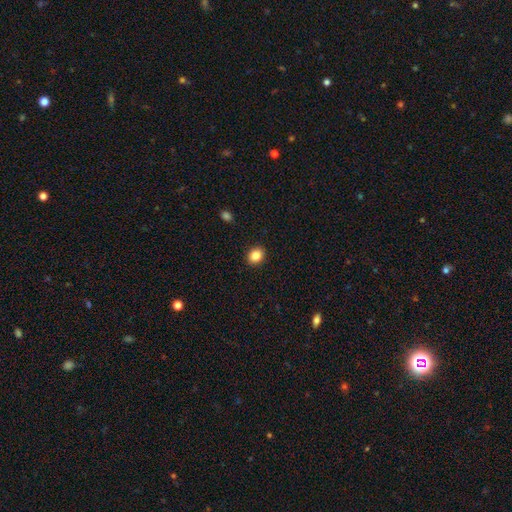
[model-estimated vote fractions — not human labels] smooth-or-featured: smooth: 85% | star or artifact: 10% | featured or disk: 5%
  how-rounded: round: 62% | in between: 38% | cigar-shaped: 1%
  merging: none: 91% | minor disturbance: 6% | major disturbance: 2% | merger: 1%